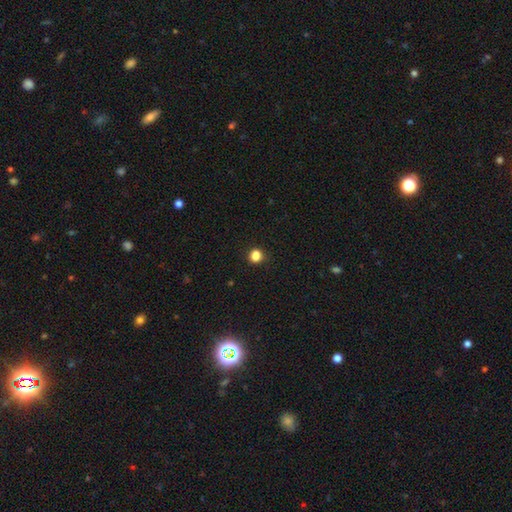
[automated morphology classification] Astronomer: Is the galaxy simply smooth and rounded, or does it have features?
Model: smooth — 84%.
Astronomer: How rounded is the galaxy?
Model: round — 74%.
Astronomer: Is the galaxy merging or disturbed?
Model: none — 84%.